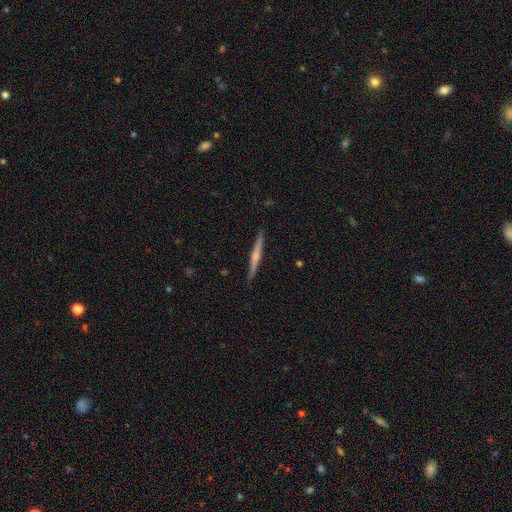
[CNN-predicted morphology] The model was most divided on "smooth or featured": featured or disk: 65%, smooth: 29%, star or artifact: 6%. More confident: edge-on disk — yes (98%); merging — none (91%); edge-on bulge — rounded (67%).